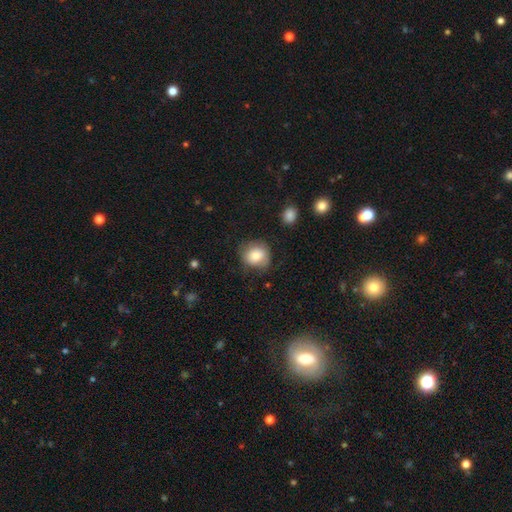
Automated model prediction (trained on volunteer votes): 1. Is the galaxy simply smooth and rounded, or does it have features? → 78% smooth, 14% featured or disk, 9% star or artifact.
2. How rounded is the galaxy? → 82% round, 17% in between, 1% cigar-shaped.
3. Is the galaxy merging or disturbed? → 68% none, 22% minor disturbance, 8% major disturbance, 2% merger.